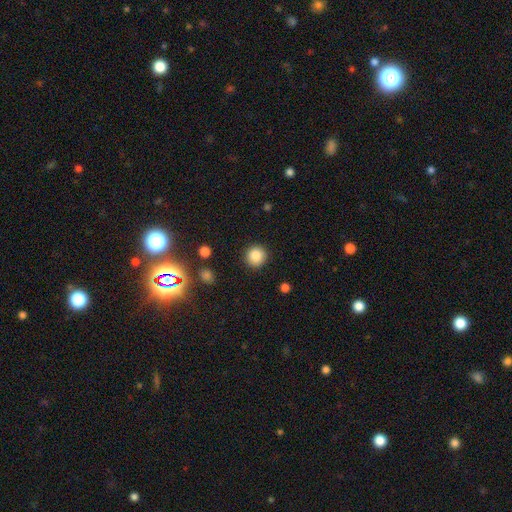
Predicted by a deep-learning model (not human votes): This appears to be a smooth galaxy with no disk features (86%) that is round (93%). Merging: none (90%).